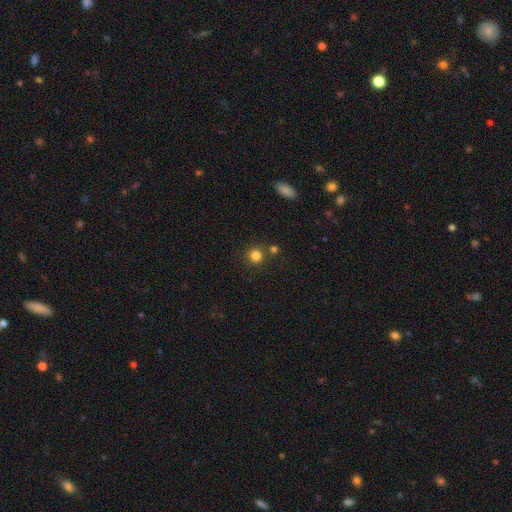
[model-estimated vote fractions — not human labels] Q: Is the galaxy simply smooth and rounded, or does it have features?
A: smooth — 82%.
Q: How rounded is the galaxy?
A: round — 92%.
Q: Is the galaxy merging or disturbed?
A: none — 79%.